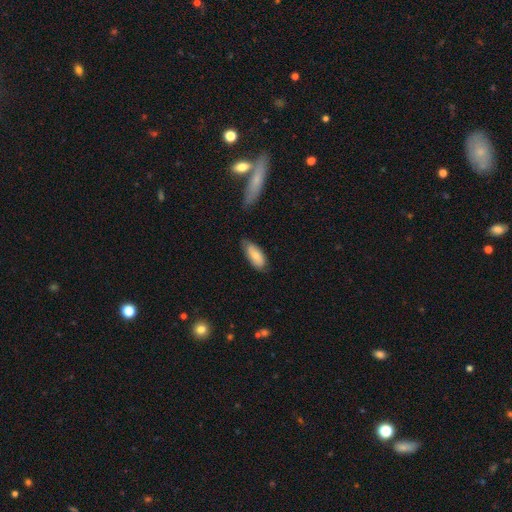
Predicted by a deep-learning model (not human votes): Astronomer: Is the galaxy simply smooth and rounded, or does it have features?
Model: smooth — 73%.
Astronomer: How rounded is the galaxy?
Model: in between — 87%.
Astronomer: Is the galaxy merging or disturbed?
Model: none — 68%.